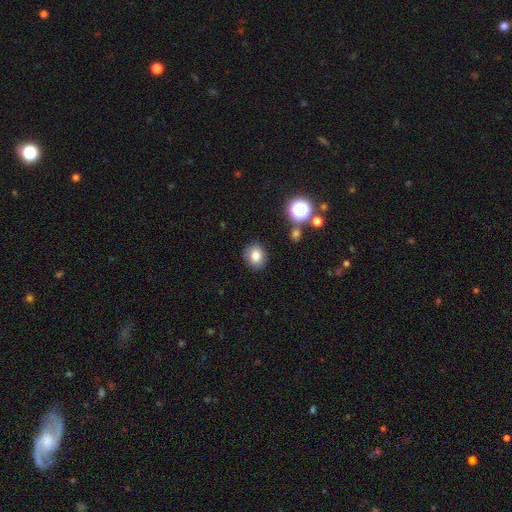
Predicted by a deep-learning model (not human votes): Q: Smooth or featured?
A: smooth (79%); runner-up: star or artifact (12%)
Q: How rounded?
A: round (68%); runner-up: in between (31%)
Q: Merging?
A: none (87%); runner-up: minor disturbance (8%)